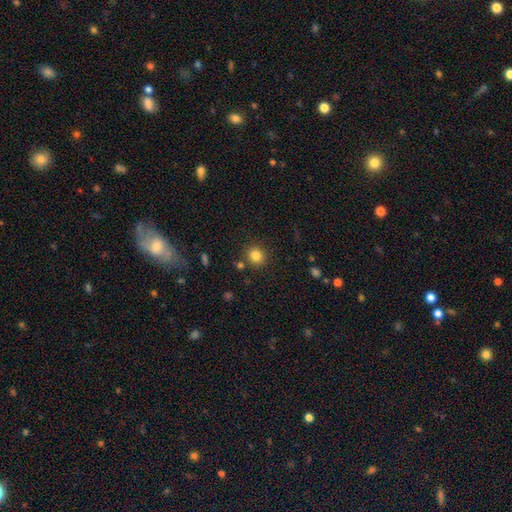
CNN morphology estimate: A smooth galaxy with no disk features (82%) that is round (89%). Merging: none (86%).